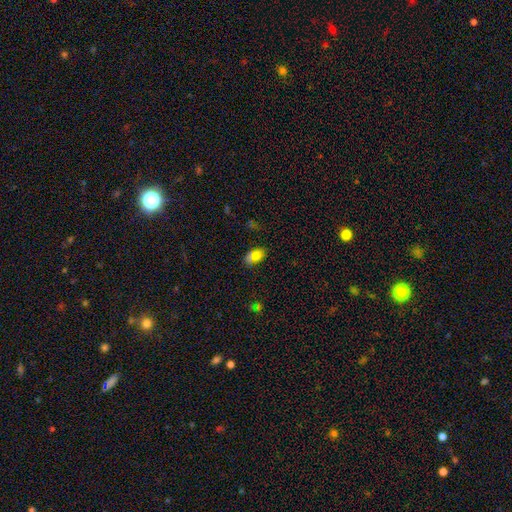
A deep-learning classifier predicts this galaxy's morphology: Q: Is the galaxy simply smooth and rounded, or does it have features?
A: smooth — 72%.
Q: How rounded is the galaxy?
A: in between — 79%.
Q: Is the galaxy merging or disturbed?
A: none — 49%.